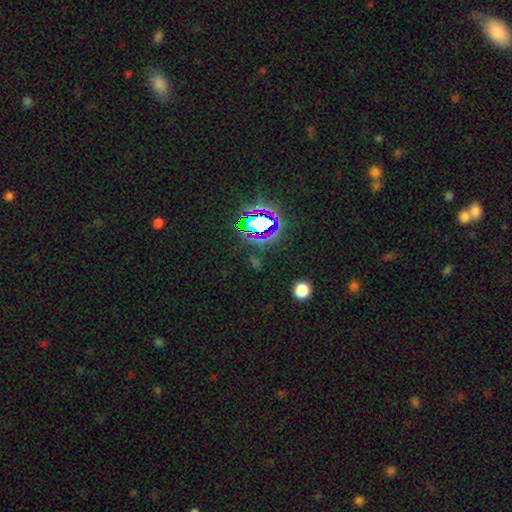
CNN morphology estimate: A star or artifact, not a galaxy (74%).